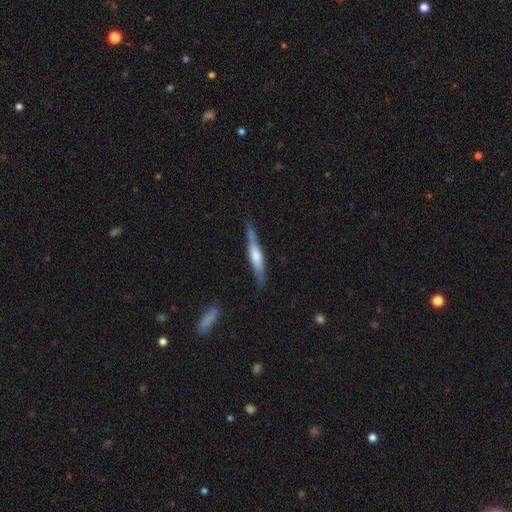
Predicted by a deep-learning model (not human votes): A featured or disk galaxy (55%) viewed edge-on (92%) with a rounded central bulge (58%). Merging: none (74%).